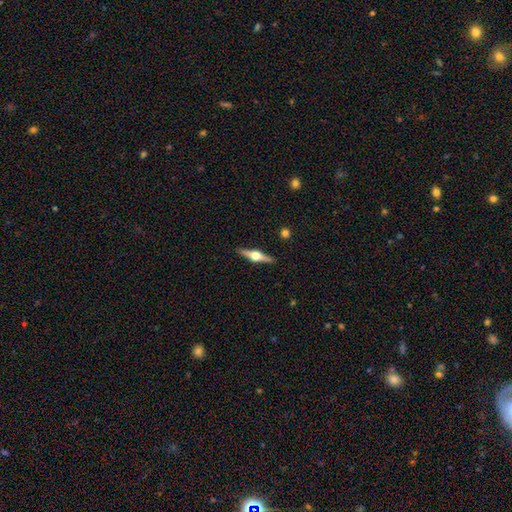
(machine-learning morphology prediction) Smooth or featured? Predicted: featured or disk (p=0.76). Edge-on disk? Predicted: yes (p=0.98). Edge-on bulge? Predicted: rounded (p=0.96). Merging? Predicted: none (p=0.91).